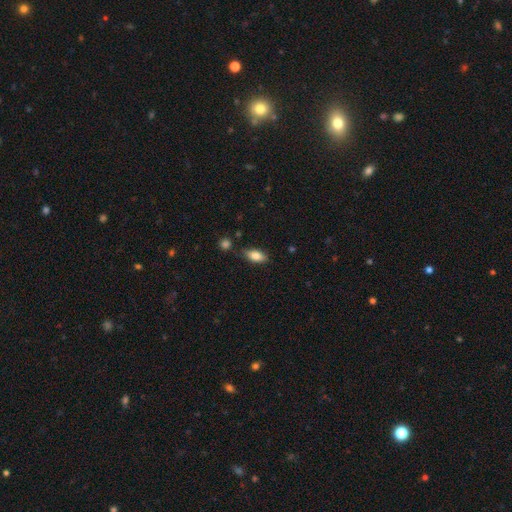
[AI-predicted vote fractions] Smooth or featured? Predicted: smooth (p=0.83). How rounded? Predicted: in between (p=0.87). Merging? Predicted: none (p=0.78).